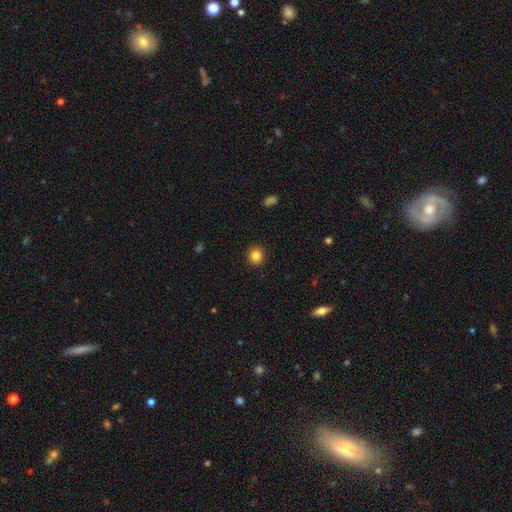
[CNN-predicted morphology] Smooth or featured? smooth (84%)
How rounded? round (93%)
Merging? none (92%)